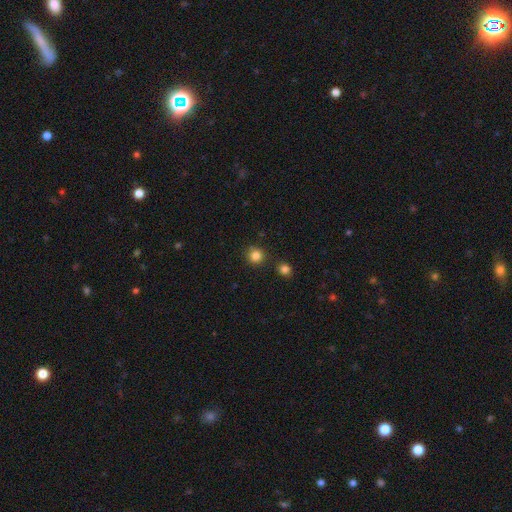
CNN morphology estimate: Q: Smooth or featured?
A: smooth (83%); runner-up: star or artifact (12%)
Q: How rounded?
A: round (93%); runner-up: in between (6%)
Q: Merging?
A: none (85%); runner-up: minor disturbance (8%)